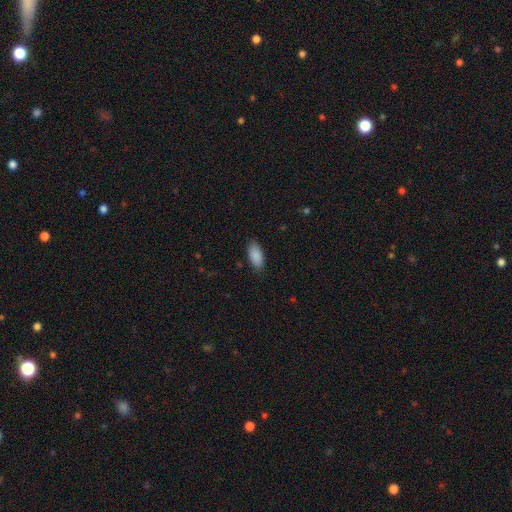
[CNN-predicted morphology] smooth_or_featured: smooth (p=0.90) [alt: star or artifact p=0.06]
how_rounded: in between (p=0.90) [alt: cigar-shaped p=0.08]
merging: none (p=0.87) [alt: minor disturbance p=0.10]